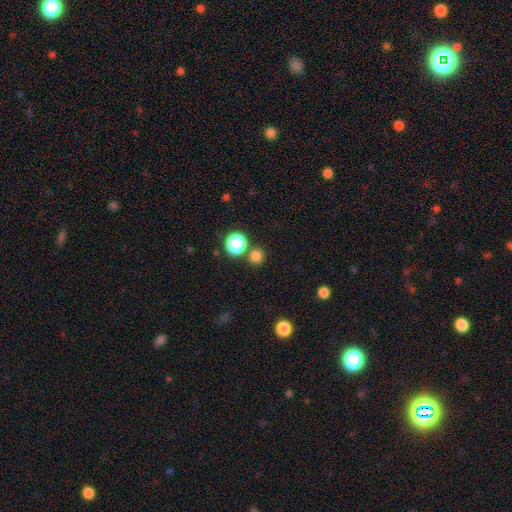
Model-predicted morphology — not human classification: Smooth or featured? Predicted: smooth (p=0.78). How rounded? Predicted: round (p=0.91). Merging? Predicted: none (p=0.79).